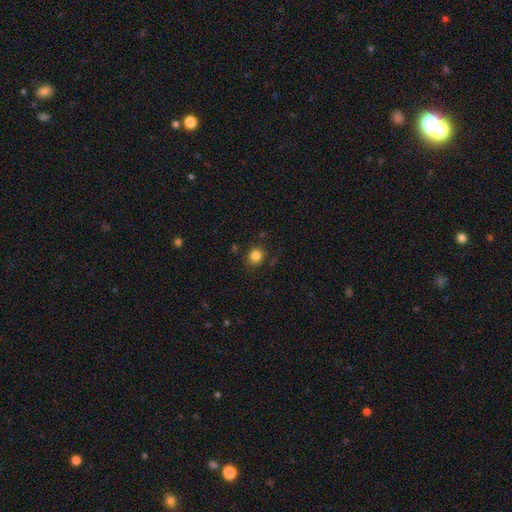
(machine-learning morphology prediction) Smooth or featured: smooth — 84% (star or artifact — 12%)
How rounded: round — 81% (in between — 18%)
Merging: none — 85% (minor disturbance — 10%)